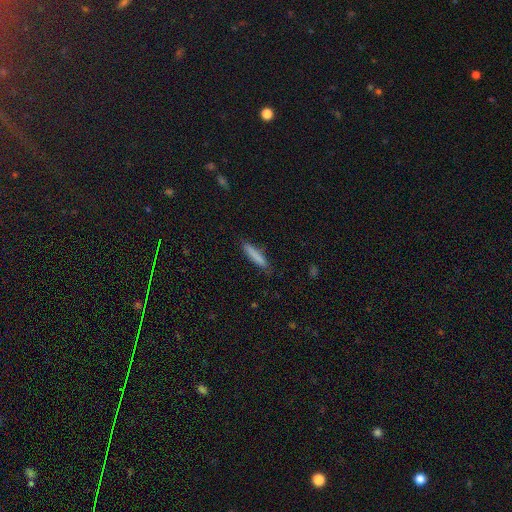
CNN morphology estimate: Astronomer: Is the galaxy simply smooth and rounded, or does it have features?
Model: smooth — 82%.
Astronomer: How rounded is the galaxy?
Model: cigar-shaped — 90%.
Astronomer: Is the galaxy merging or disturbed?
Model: none — 85%.